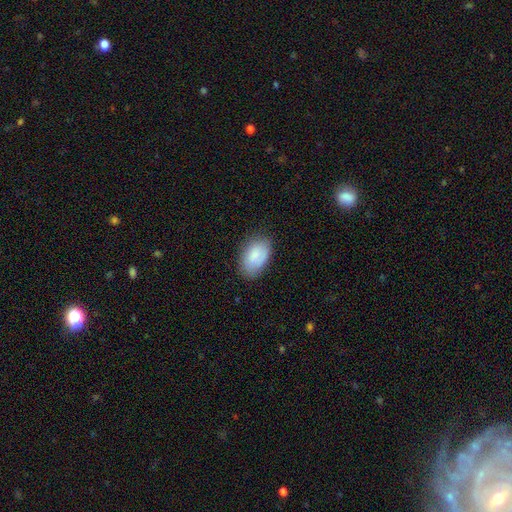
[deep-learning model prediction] Q: Smooth or featured?
A: smooth (83%); runner-up: featured or disk (11%)
Q: How rounded?
A: in between (93%); runner-up: round (6%)
Q: Merging?
A: none (77%); runner-up: minor disturbance (18%)